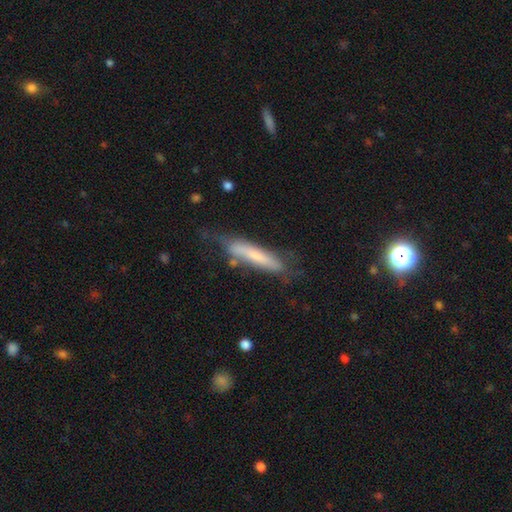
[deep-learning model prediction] A smooth galaxy with no disk features (56%) that is cigar-shaped (86%). Merging: none (59%).